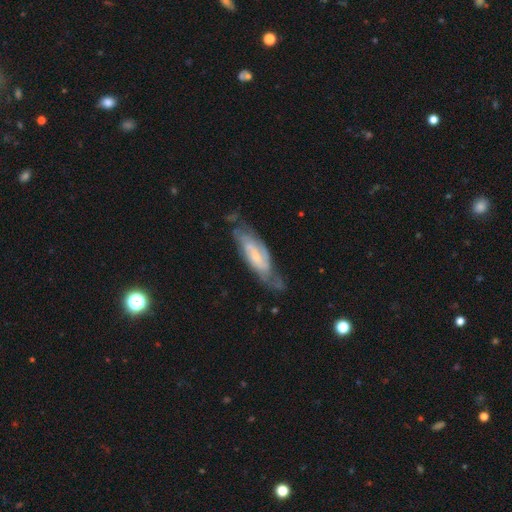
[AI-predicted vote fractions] Smooth or featured?
  - featured or disk: 76% *
  - smooth: 18%
  - star or artifact: 6%
Edge-on disk?
  - no: 82% *
  - yes: 18%
Bar?
  - weak: 43% *
  - no: 39%
  - strong: 18%
Spiral arms?
  - yes: 91% *
  - no: 9%
Spiral winding?
  - medium: 43% *
  - tight: 41%
  - loose: 16%
Spiral arm count?
  - 2: 56% *
  - can't tell: 28%
  - 3: 8%
  - 1: 3%
  - 4: 3%
  - more than 4: 2%
Bulge size?
  - small: 63% *
  - moderate: 27%
  - none: 7%
  - large: 2%
  - dominant: 1%
Merging?
  - none: 61% *
  - minor disturbance: 25%
  - major disturbance: 11%
  - merger: 3%